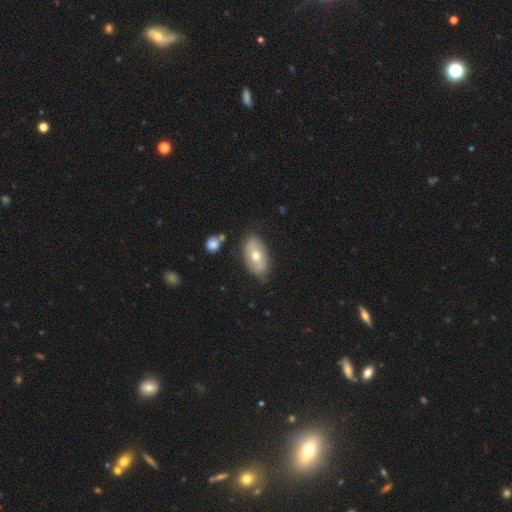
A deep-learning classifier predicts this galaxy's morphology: Smooth or featured? smooth (57%)
How rounded? in between (91%)
Merging? none (70%)